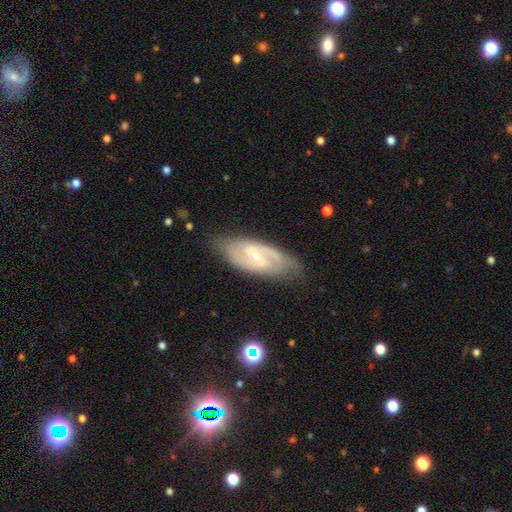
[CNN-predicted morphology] Q: Smooth or featured?
A: featured or disk (86%); runner-up: smooth (9%)
Q: Edge-on disk?
A: no (94%); runner-up: yes (6%)
Q: Bar?
A: weak (50%); runner-up: strong (26%)
Q: Spiral arms?
A: yes (95%); runner-up: no (5%)
Q: Spiral winding?
A: medium (49%); runner-up: tight (34%)
Q: Spiral arm count?
A: 2 (84%); runner-up: can't tell (8%)
Q: Bulge size?
A: small (70%); runner-up: moderate (27%)
Q: Merging?
A: none (80%); runner-up: minor disturbance (15%)